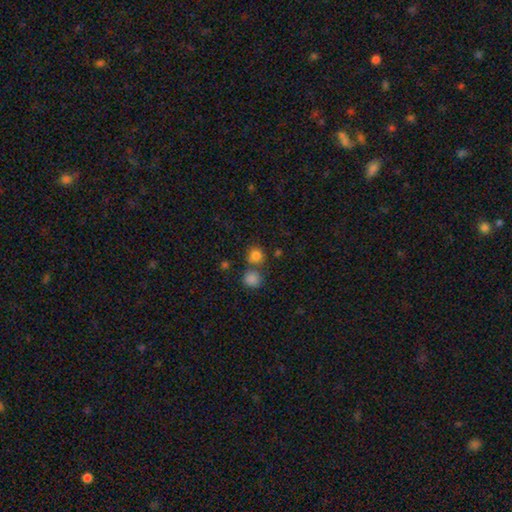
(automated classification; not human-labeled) Smooth or featured? Predicted: smooth (p=0.81). How rounded? Predicted: round (p=0.84). Merging? Predicted: none (p=0.60).